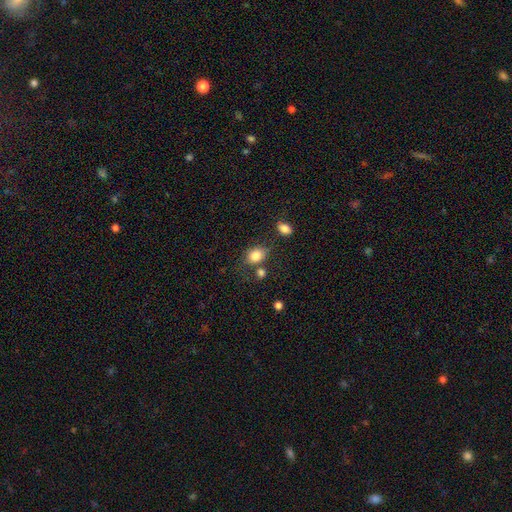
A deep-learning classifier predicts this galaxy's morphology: This appears to be a smooth galaxy with no disk features (83%) that is in between round and cigar-shaped (52%). Merging: none (61%).